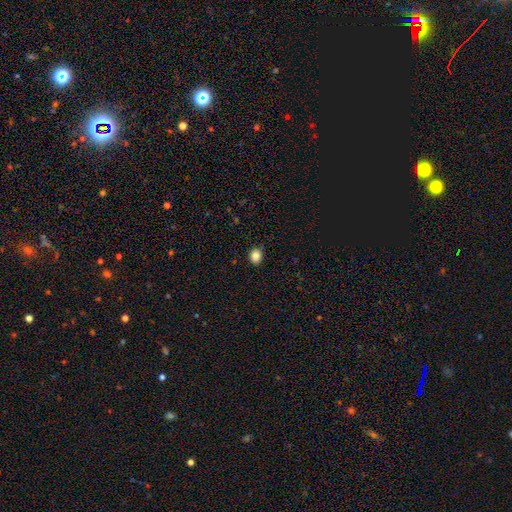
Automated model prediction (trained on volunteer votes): A smooth galaxy with no disk features (84%) that is round (55%).

Vote fractions:
- Smooth or featured? smooth: 84% / star or artifact: 10% / featured or disk: 5%
- How rounded? round: 55% / in between: 44% / cigar-shaped: 1%
- Merging? none: 85% / minor disturbance: 12% / major disturbance: 2% / merger: 1%